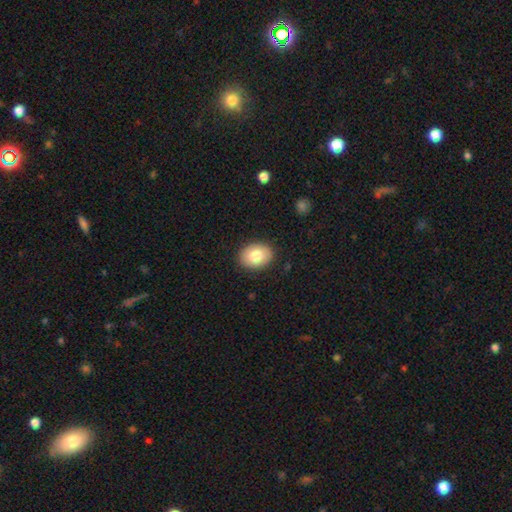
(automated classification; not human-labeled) Morphology: type=smooth (81%); roundness=in between (64%); merging=none (89%).